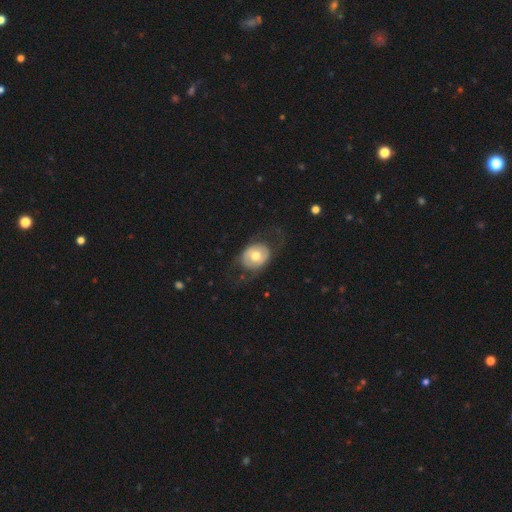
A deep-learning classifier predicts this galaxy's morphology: smooth 52%, featured or disk 42%, star or artifact 6%. Down the decision tree: how rounded — in between (52%); merging — none (64%).